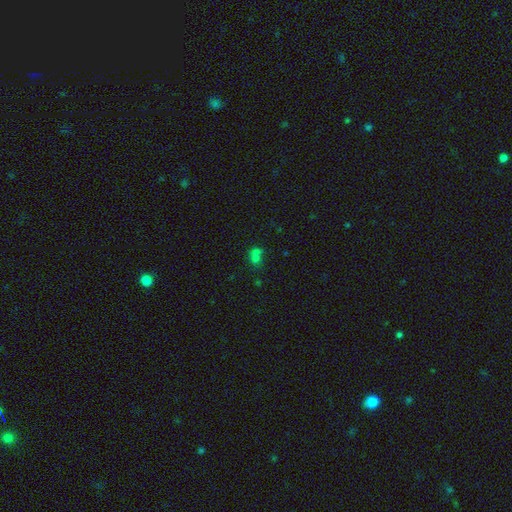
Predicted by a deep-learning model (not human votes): This appears to be a smooth galaxy with no disk features (59%) that is round (56%). Merging: merger (49%).